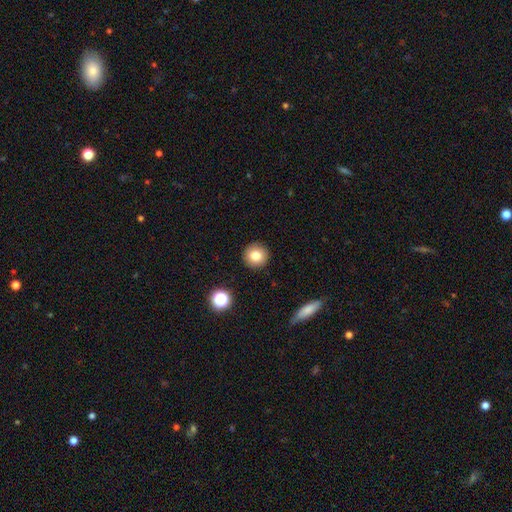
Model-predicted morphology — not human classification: Q: Smooth or featured?
A: smooth (80%); runner-up: star or artifact (11%)
Q: How rounded?
A: round (94%); runner-up: in between (5%)
Q: Merging?
A: none (92%); runner-up: minor disturbance (5%)